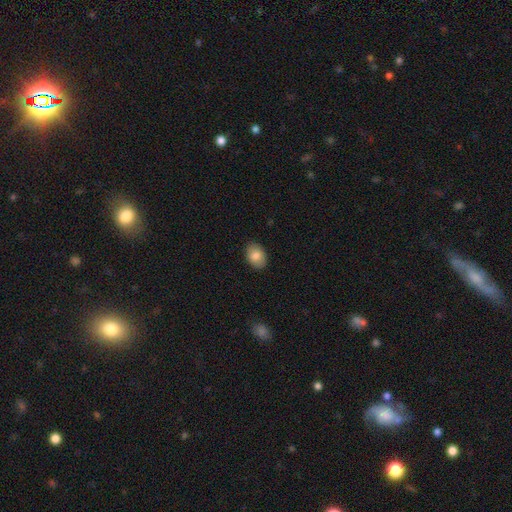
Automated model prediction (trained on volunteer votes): A smooth galaxy with no disk features (83%) that is in between round and cigar-shaped (80%).

Vote fractions:
- Smooth or featured? smooth: 83% / featured or disk: 9% / star or artifact: 7%
- How rounded? in between: 80% / round: 19% / cigar-shaped: 1%
- Merging? none: 88% / minor disturbance: 9% / major disturbance: 2% / merger: 1%